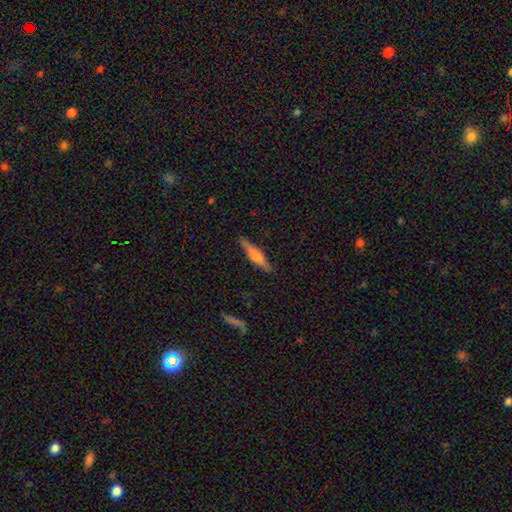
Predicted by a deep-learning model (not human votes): Overall: smooth (59%; featured or disk 35%). How rounded: cigar-shaped (82%). Merging: none (86%).